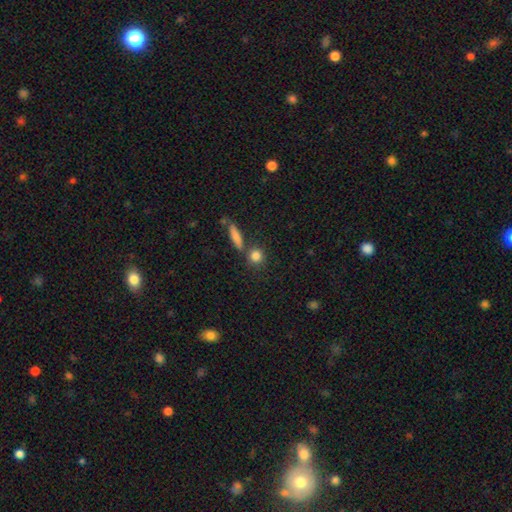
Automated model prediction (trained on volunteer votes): The model was most divided on "merging": none: 71%, merger: 16%, minor disturbance: 10%, major disturbance: 3%. More confident: smooth or featured — smooth (82%); how rounded — round (79%).